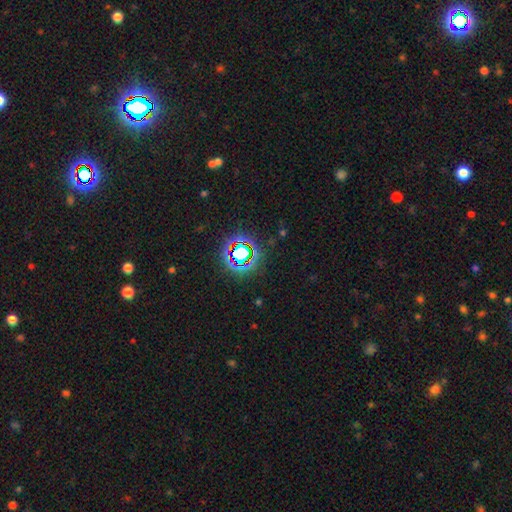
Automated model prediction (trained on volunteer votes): smooth-or-featured: star or artifact: 78% | smooth: 13% | featured or disk: 9%